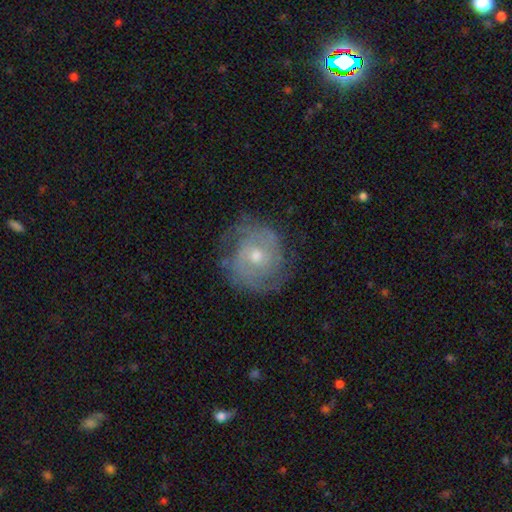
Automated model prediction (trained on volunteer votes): Morphology: type=featured or disk (76%); edge-on=no (97%); bar=no (74%); spiral arms=yes (88%); winding=tight (60%); arm count=2 (47%); bulge=moderate (59%); merging=none (71%).